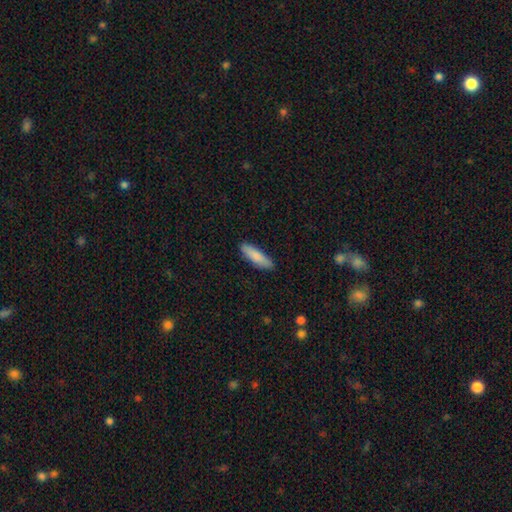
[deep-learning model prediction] This is clearly a smooth galaxy (86%). How rounded: likely cigar-shaped (67%). Merging: clearly none (88%).